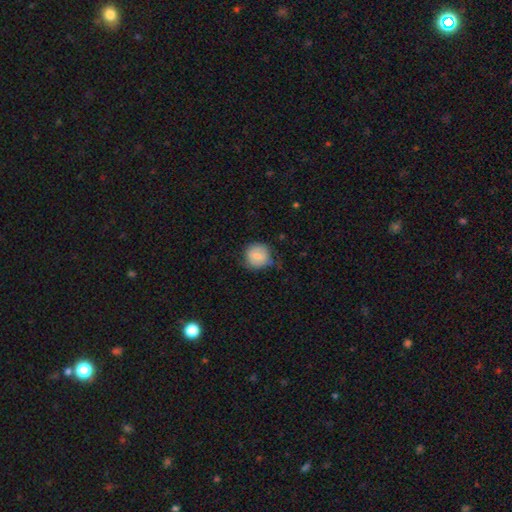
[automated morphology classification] smooth 75%, featured or disk 17%, star or artifact 8%. Down the decision tree: how rounded — round (89%); merging — none (68%).